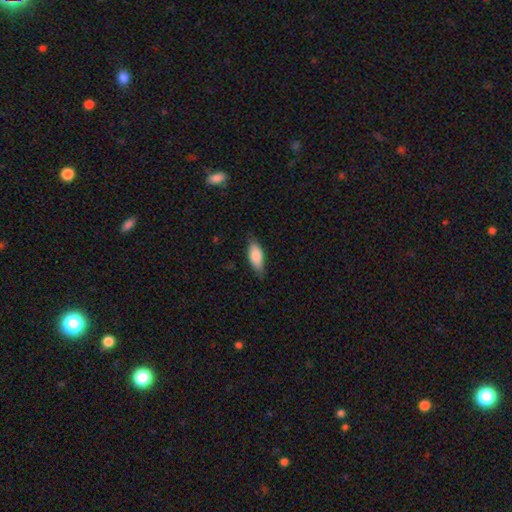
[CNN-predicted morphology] Smooth or featured?
  - smooth: 82% *
  - featured or disk: 12%
  - star or artifact: 6%
How rounded?
  - in between: 80% *
  - cigar-shaped: 17%
  - round: 2%
Merging?
  - none: 78% *
  - minor disturbance: 18%
  - major disturbance: 3%
  - merger: 1%